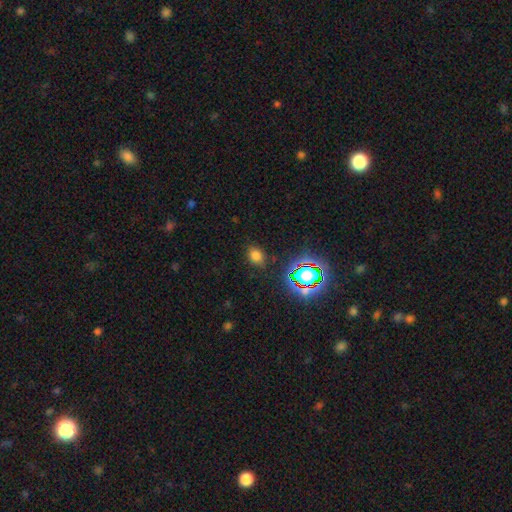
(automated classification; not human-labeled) smooth-or-featured: smooth: 71% | star or artifact: 22% | featured or disk: 7%
  how-rounded: in between: 58% | round: 41% | cigar-shaped: 1%
  merging: none: 83% | minor disturbance: 12% | major disturbance: 4% | merger: 2%